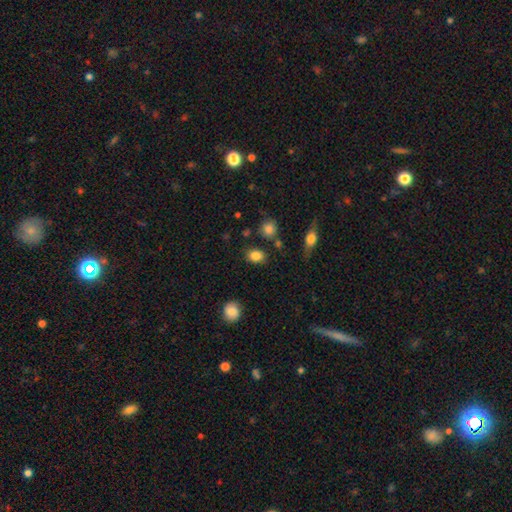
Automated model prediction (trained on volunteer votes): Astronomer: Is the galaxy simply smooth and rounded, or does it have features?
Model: smooth — 84%.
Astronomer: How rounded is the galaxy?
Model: in between — 62%.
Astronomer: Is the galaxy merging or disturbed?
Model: none — 83%.